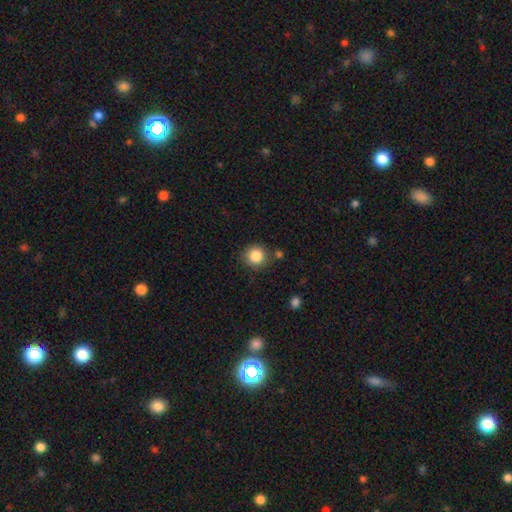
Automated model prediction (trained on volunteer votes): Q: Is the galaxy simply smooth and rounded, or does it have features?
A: smooth — 85%.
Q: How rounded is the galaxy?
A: round — 91%.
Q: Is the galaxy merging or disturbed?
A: none — 83%.